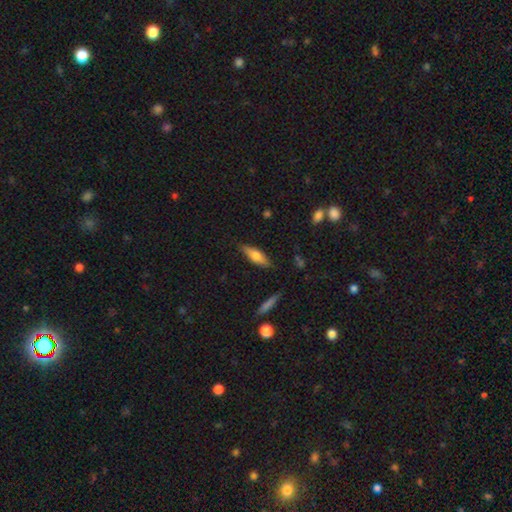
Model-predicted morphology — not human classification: Q: Smooth or featured?
A: smooth (60%); runner-up: featured or disk (33%)
Q: How rounded?
A: cigar-shaped (50%); runner-up: in between (47%)
Q: Merging?
A: none (83%); runner-up: minor disturbance (13%)